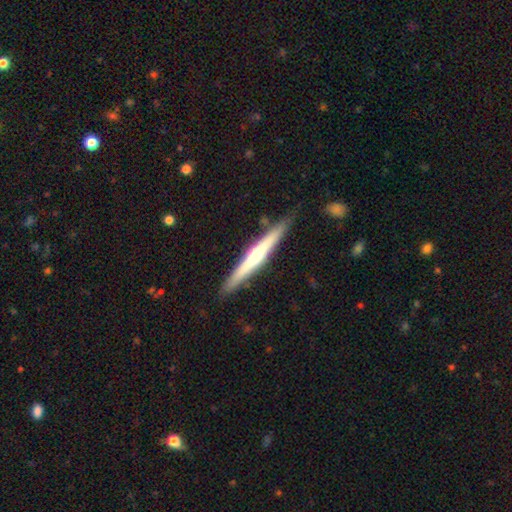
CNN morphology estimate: Smooth or featured: featured or disk — 58% (smooth — 37%)
Edge-on disk: yes — 97% (no — 3%)
Edge-on bulge: rounded — 69% (none — 24%)
Merging: none — 87% (minor disturbance — 10%)